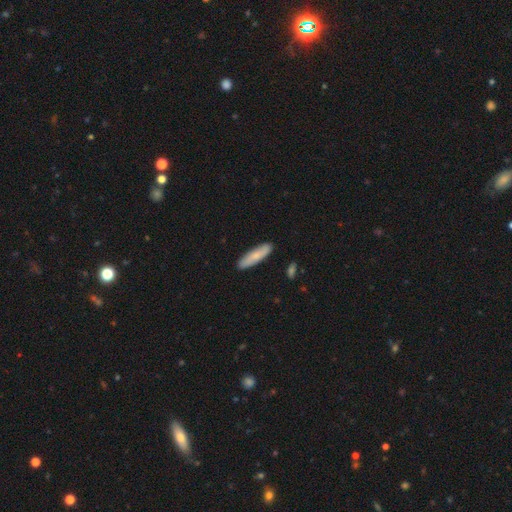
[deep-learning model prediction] Morphology: type=smooth (73%); roundness=cigar-shaped (73%); merging=none (88%).